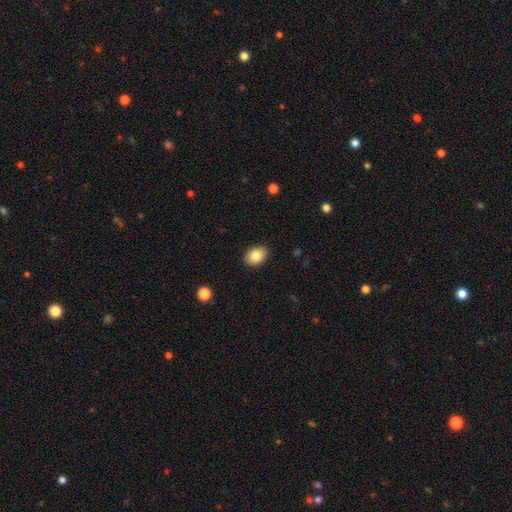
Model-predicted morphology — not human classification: The model was most divided on "how rounded": in between: 76%, round: 23%, cigar-shaped: 1%. More confident: merging — none (90%); smooth or featured — smooth (84%).